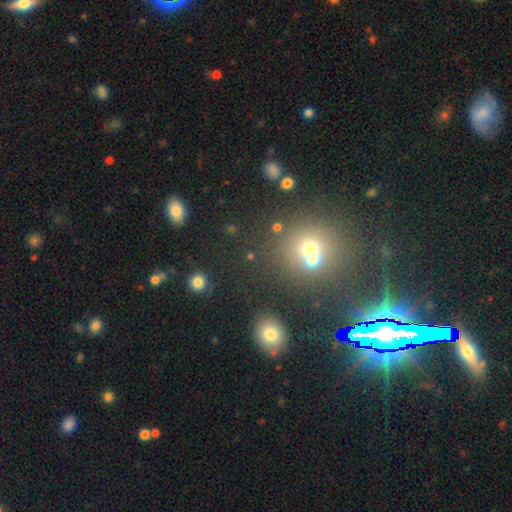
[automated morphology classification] Smooth or featured?
  - star or artifact: 54% *
  - smooth: 34%
  - featured or disk: 12%